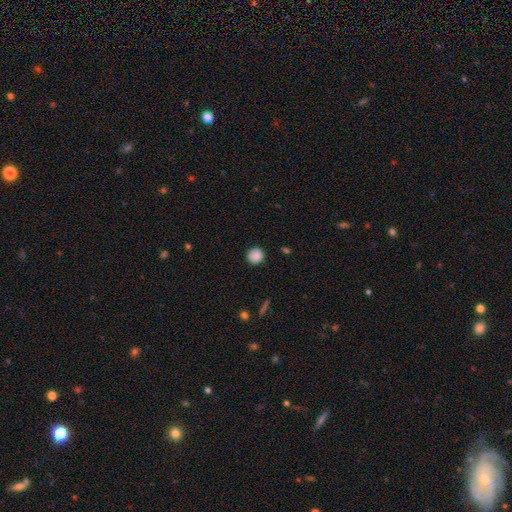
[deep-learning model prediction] This appears to be a smooth galaxy with no disk features (88%) that is round (93%). Merging: none (89%).